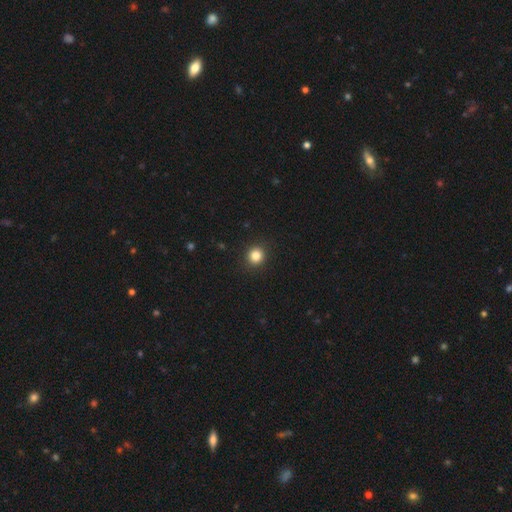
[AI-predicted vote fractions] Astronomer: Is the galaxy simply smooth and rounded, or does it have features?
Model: smooth — 84%.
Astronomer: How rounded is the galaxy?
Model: round — 90%.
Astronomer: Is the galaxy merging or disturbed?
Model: none — 92%.